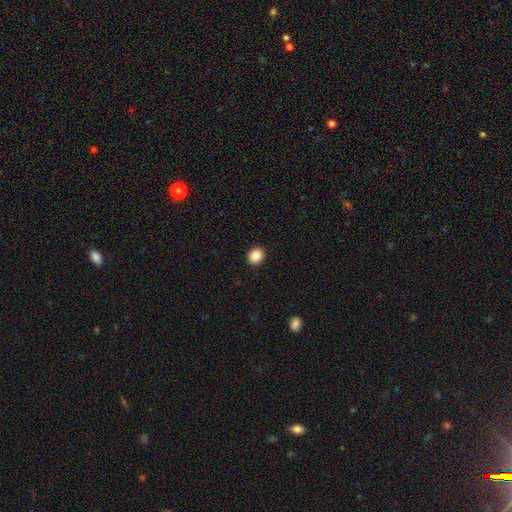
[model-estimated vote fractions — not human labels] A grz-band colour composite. It shows a smooth galaxy with no disk features (88%) that is round (70%). Merging: none (93%).